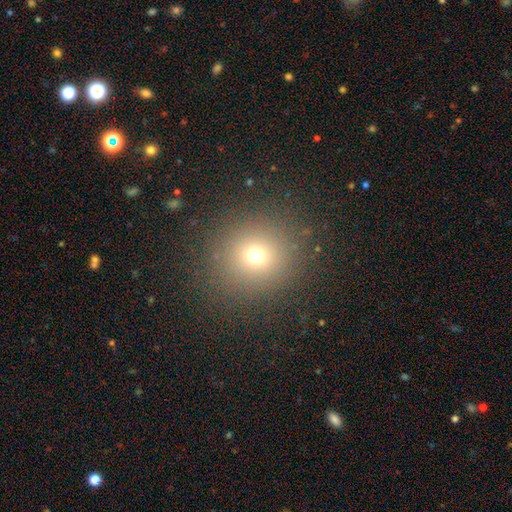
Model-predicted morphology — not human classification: smooth 69%, star or artifact 21%, featured or disk 10%. Down the decision tree: how rounded — round (91%); merging — none (88%).